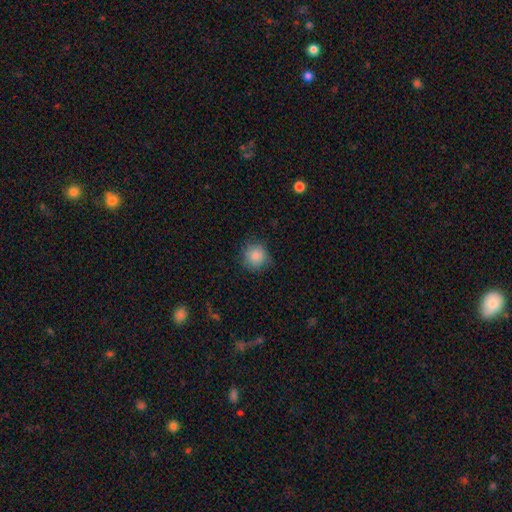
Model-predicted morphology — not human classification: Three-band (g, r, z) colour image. It shows a smooth galaxy with no disk features (84%) that is round (91%). Merging: none (80%).